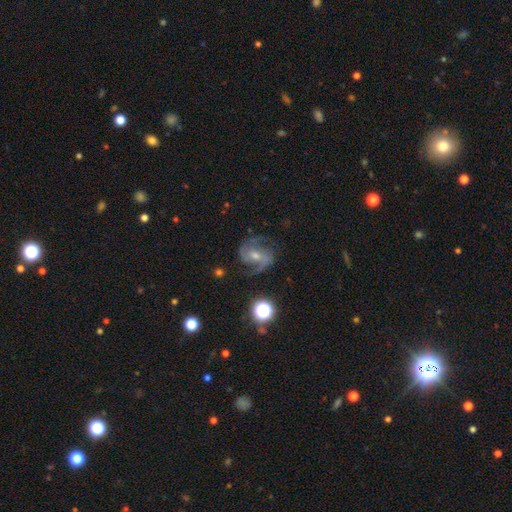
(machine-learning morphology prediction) smooth-or-featured: featured or disk: 84% | star or artifact: 9% | smooth: 7%
  disk-edge-on: no: 98% | yes: 2%
    bar: weak: 44% | no: 36% | strong: 20%
    has-spiral-arms: yes: 97% | no: 3%
      spiral-winding: medium: 57% | tight: 21% | loose: 21%
      spiral-arm-count: 2: 81% | 3: 8% | can't tell: 5% | 1: 3% | 4: 2% | more than 4: 2%
    bulge-size: moderate: 56% | small: 38% | large: 3% | none: 2% | dominant: 1%
  merging: none: 73% | minor disturbance: 17% | major disturbance: 9% | merger: 2%